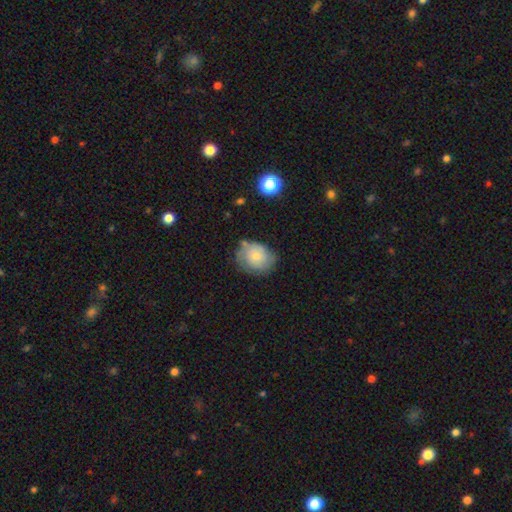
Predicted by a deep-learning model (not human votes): This appears to be a smooth galaxy with no disk features (64%) that is round (60%). Merging: none (57%).